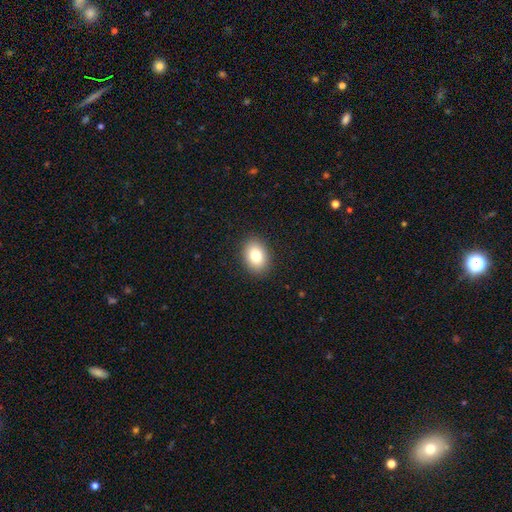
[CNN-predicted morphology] Overall: smooth (82%). How rounded: in between (76%). Merging: none (90%).